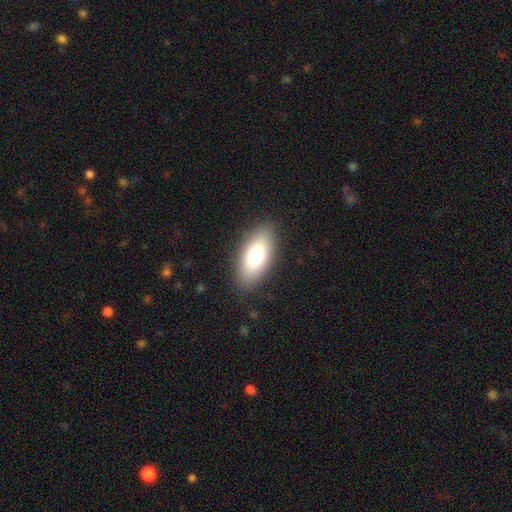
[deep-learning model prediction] smooth_or_featured: smooth (p=0.75) [alt: featured or disk p=0.17]
how_rounded: in between (p=0.87) [alt: cigar-shaped p=0.10]
merging: none (p=0.86) [alt: minor disturbance p=0.10]